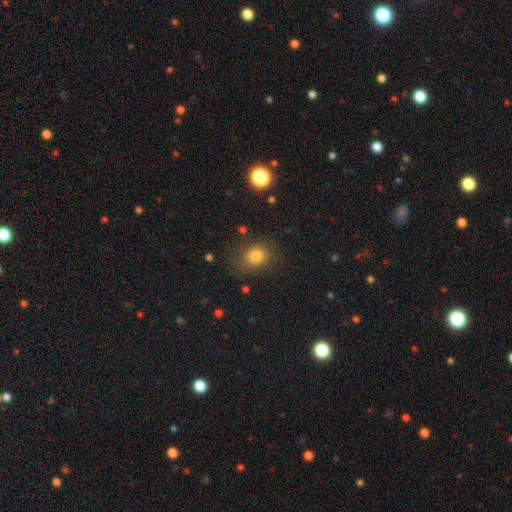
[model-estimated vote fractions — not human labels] smooth_or_featured: smooth (p=0.80) [alt: star or artifact p=0.12]
how_rounded: round (p=0.56) [alt: in between p=0.43]
merging: none (p=0.72) [alt: minor disturbance p=0.18]